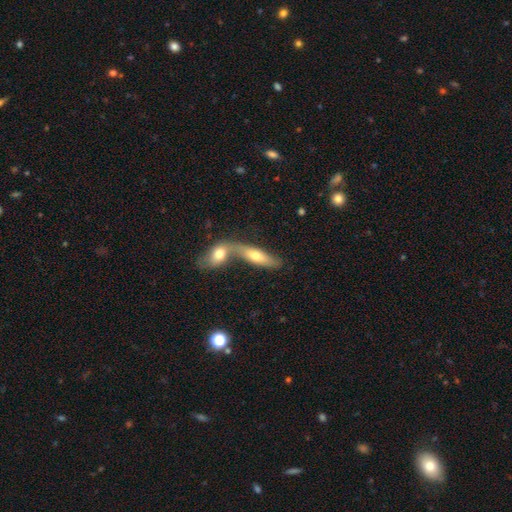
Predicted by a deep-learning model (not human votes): Smooth or featured? smooth (58%)
How rounded? in between (50%)
Merging? merger (59%)